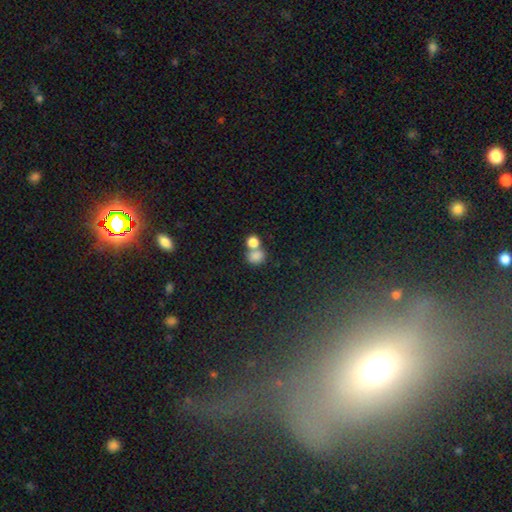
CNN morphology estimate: A smooth galaxy with no disk features (80%) that is round (65%). Merging: merger (51%).